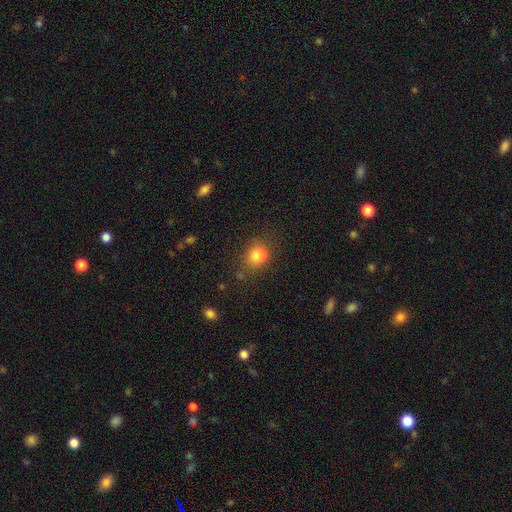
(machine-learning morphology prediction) Overall: smooth (71%). How rounded: round (63%; in between 36%). Merging: merger (44%; none 40%).